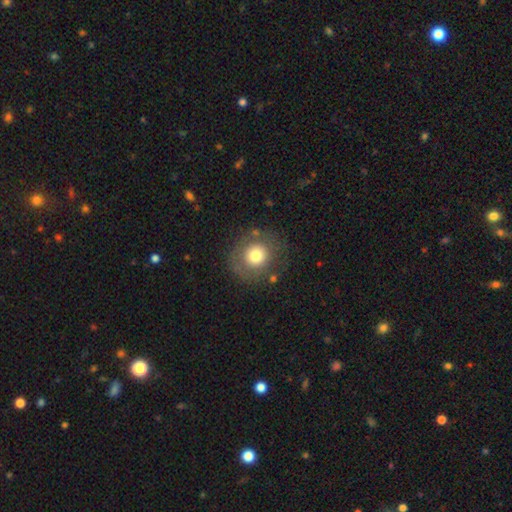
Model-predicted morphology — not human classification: smooth_or_featured: smooth (p=0.72) [alt: featured or disk p=0.17]
how_rounded: round (p=0.87) [alt: in between p=0.12]
merging: none (p=0.78) [alt: minor disturbance p=0.12]